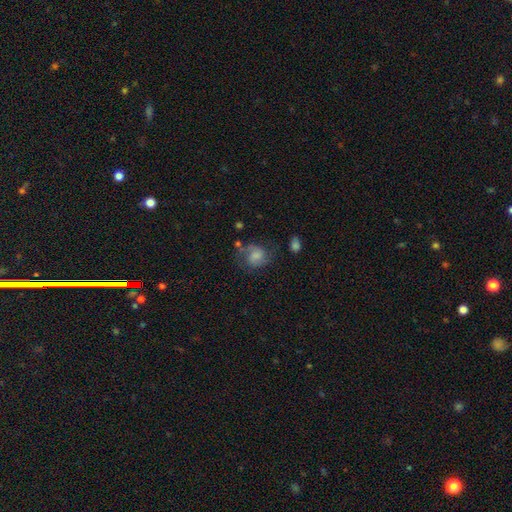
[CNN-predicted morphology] A smooth galaxy with no disk features (52%) that is round (60%). Merging: none (52%).